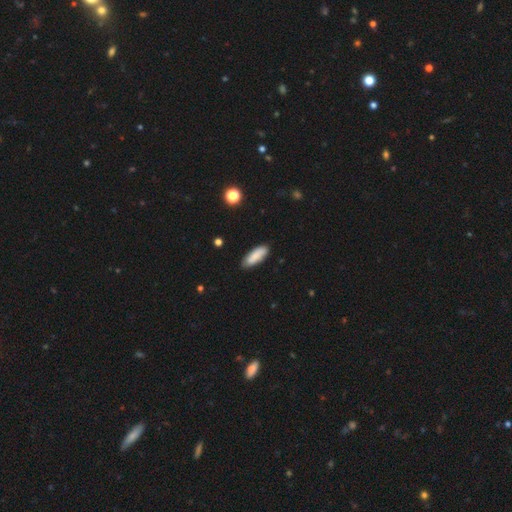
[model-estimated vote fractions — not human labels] Smooth or featured? Predicted: smooth (p=0.85). How rounded? Predicted: in between (p=0.60). Merging? Predicted: none (p=0.84).